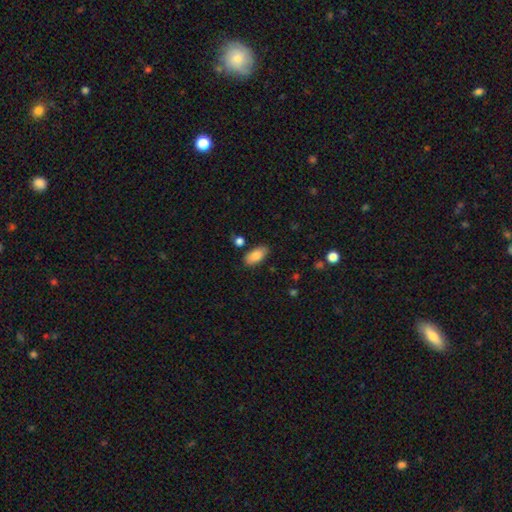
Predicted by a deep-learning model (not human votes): Q: Smooth or featured?
A: smooth (85%); runner-up: featured or disk (8%)
Q: How rounded?
A: in between (91%); runner-up: cigar-shaped (6%)
Q: Merging?
A: none (82%); runner-up: minor disturbance (12%)